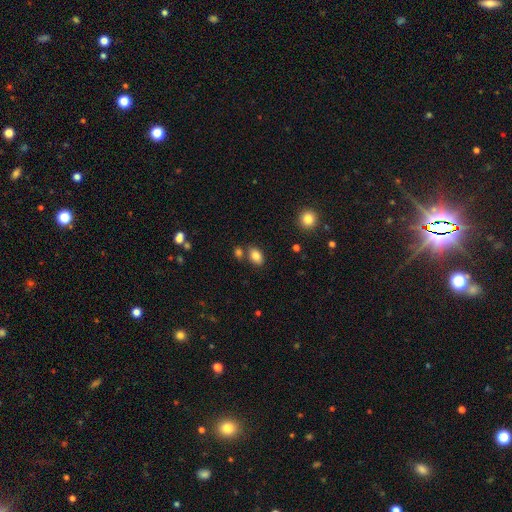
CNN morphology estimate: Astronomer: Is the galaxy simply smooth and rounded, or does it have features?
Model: smooth — 84%.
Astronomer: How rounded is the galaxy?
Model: in between — 85%.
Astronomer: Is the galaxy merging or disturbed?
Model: none — 72%.